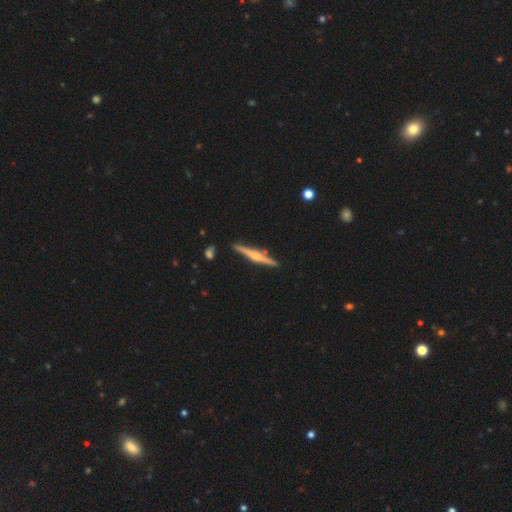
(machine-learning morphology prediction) type=featured or disk (71%); edge-on=yes (98%); edge-on bulge=rounded (80%); merging=none (87%).